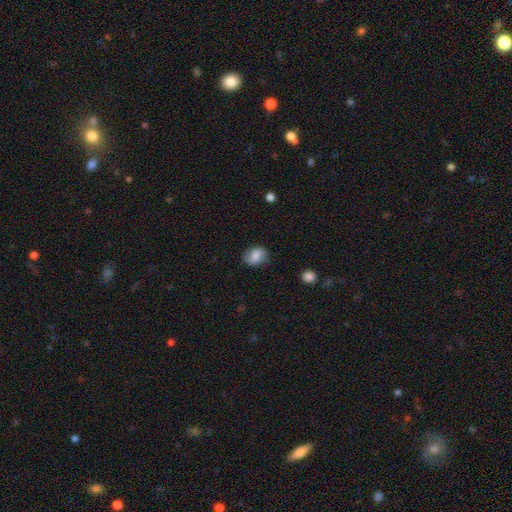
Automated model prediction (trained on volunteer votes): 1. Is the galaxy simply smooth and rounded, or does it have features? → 73% smooth, 19% featured or disk, 8% star or artifact.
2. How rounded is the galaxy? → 53% in between, 45% round, 1% cigar-shaped.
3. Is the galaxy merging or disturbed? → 76% none, 17% minor disturbance, 5% major disturbance, 1% merger.